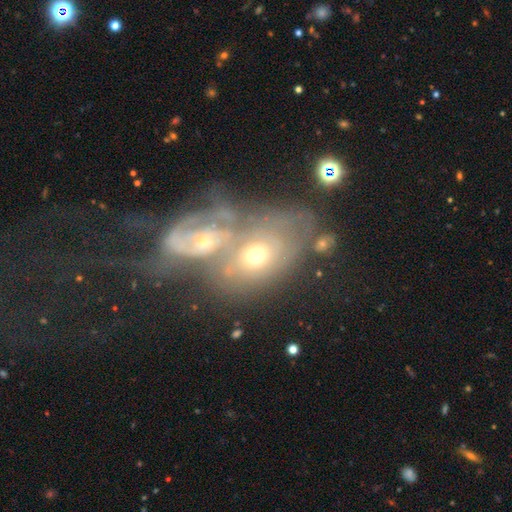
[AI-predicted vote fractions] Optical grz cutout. It shows a featured or disk galaxy (66%) with no bar (76%), spiral arms (78%) and a small central bulge (52%). Merging: merger (68%).